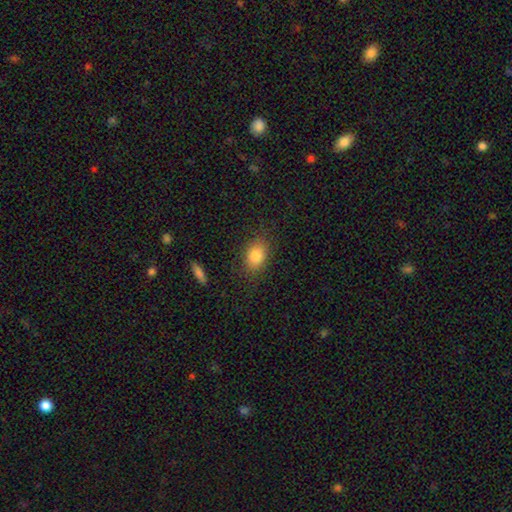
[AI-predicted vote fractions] Smooth or featured?
  - smooth: 83% *
  - star or artifact: 9%
  - featured or disk: 8%
How rounded?
  - in between: 74% *
  - round: 24%
  - cigar-shaped: 2%
Merging?
  - none: 81% *
  - minor disturbance: 13%
  - major disturbance: 5%
  - merger: 1%